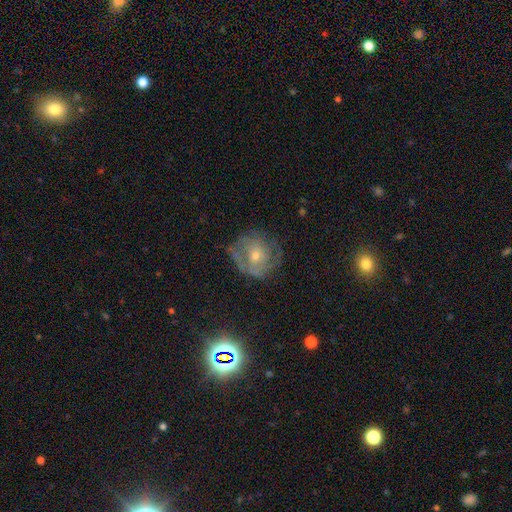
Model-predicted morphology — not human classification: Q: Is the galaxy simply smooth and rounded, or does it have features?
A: featured or disk — 64%.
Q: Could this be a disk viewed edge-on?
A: no — 96%.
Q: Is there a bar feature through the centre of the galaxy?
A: no — 77%.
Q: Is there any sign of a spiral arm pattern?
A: yes — 75%.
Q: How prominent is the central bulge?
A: small — 53%.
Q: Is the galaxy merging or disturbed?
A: none — 65%.